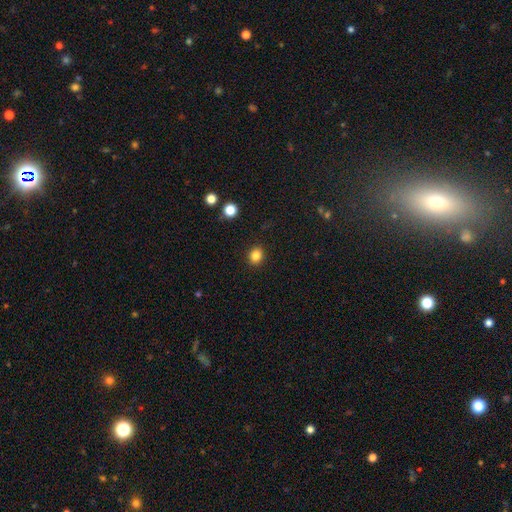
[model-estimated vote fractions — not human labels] The model was most divided on "how rounded": round: 67%, in between: 32%, cigar-shaped: 1%. More confident: merging — none (90%); smooth or featured — smooth (83%).